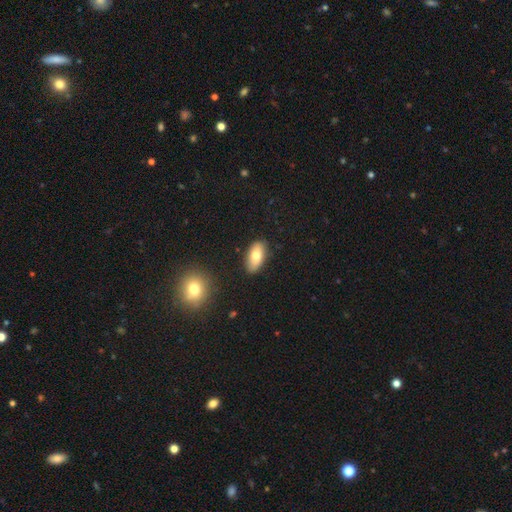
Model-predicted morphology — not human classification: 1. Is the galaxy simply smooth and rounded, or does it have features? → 75% smooth, 18% featured or disk, 7% star or artifact.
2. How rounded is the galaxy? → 91% in between, 5% cigar-shaped, 3% round.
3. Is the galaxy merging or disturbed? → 85% none, 11% minor disturbance, 2% major disturbance, 2% merger.